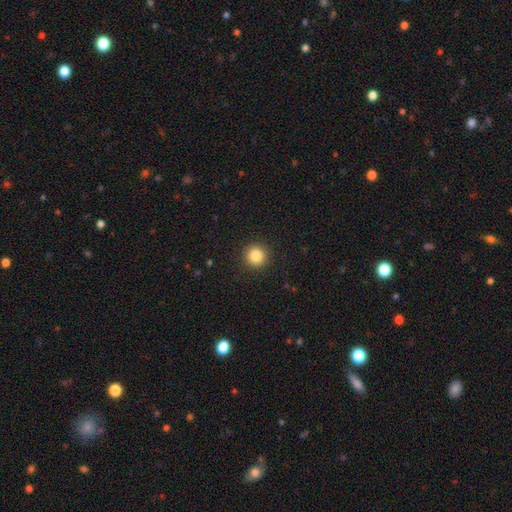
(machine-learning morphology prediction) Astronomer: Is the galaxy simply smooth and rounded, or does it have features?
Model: smooth — 85%.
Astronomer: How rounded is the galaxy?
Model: round — 94%.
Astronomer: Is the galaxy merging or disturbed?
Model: none — 92%.